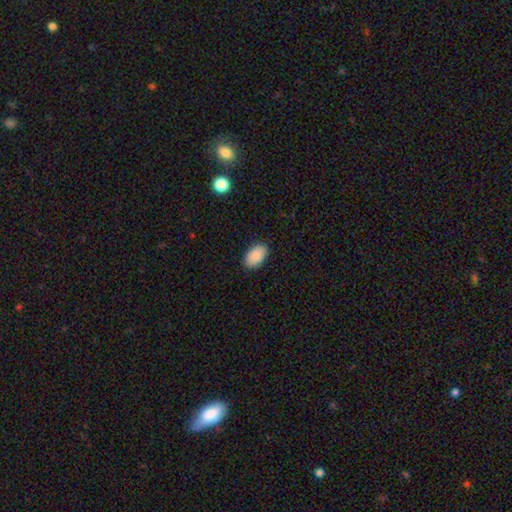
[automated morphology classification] A smooth galaxy with no disk features (90%) that is in between round and cigar-shaped (93%).

Vote fractions:
- Smooth or featured? smooth: 90% / star or artifact: 6% / featured or disk: 4%
- How rounded? in between: 93% / round: 6% / cigar-shaped: 1%
- Merging? none: 89% / minor disturbance: 9% / major disturbance: 2% / merger: 1%